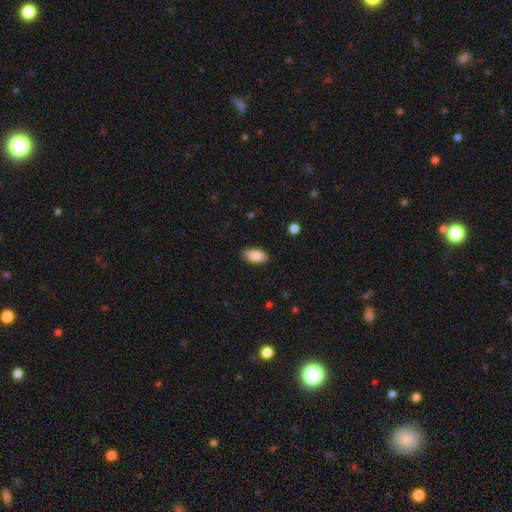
smooth-or-featured: smooth: 92% | star or artifact: 5% | featured or disk: 3%
  how-rounded: in between: 100% | round: 0% | cigar-shaped: 0%
  merging: none: 94% | minor disturbance: 3% | major disturbance: 3% | merger: 0%